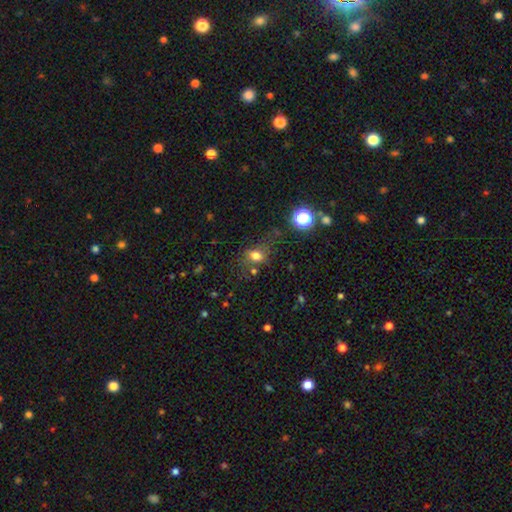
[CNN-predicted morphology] The model was most divided on "how rounded": in between: 63%, round: 35%, cigar-shaped: 2%. More confident: smooth or featured — smooth (73%); merging — none (62%).